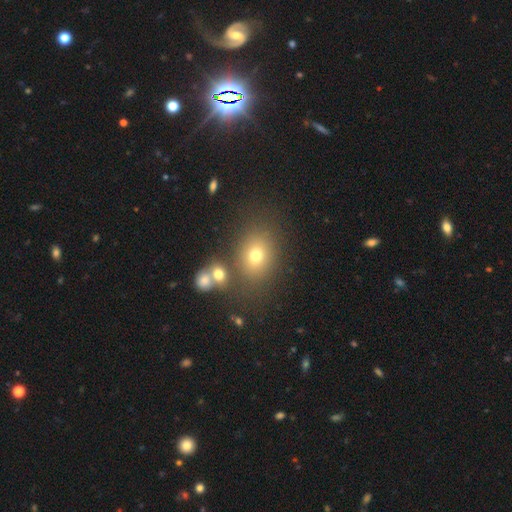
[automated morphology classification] type=smooth (71%); roundness=round (51%); merging=none (73%).